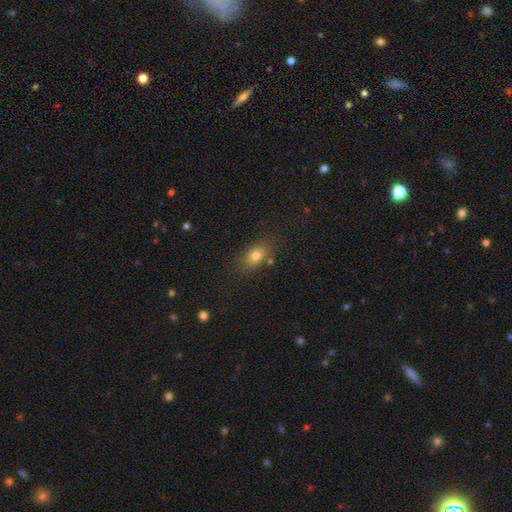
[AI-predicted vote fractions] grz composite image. It shows a smooth galaxy with no disk features (76%) that is in between round and cigar-shaped (77%). Merging: none (76%).